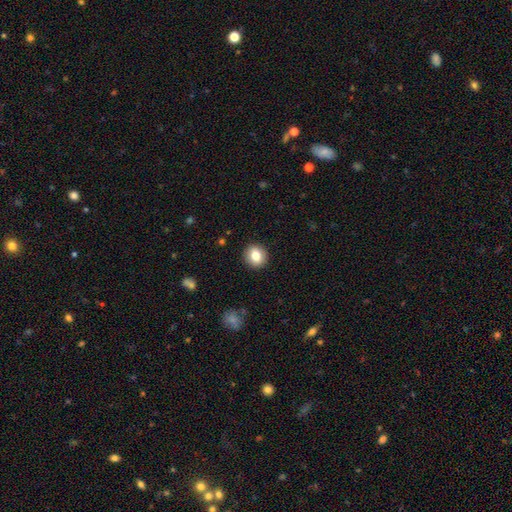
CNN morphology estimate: smooth 81%, featured or disk 10%, star or artifact 9%. Down the decision tree: how rounded — round (85%); merging — none (92%).